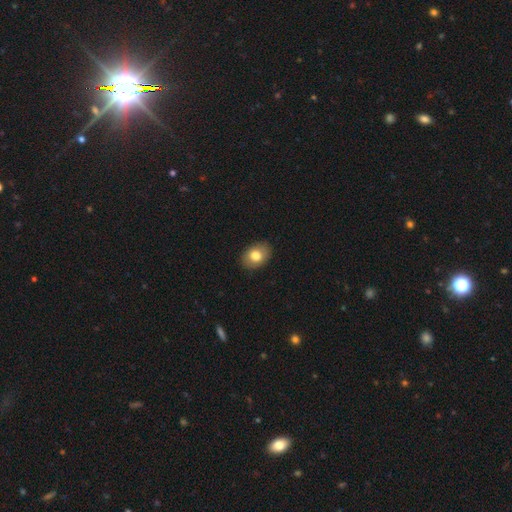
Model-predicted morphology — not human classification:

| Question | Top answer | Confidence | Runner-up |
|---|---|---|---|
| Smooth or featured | smooth | 79% | featured or disk (13%) |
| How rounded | in between | 75% | round (24%) |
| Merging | none | 88% | minor disturbance (9%) |